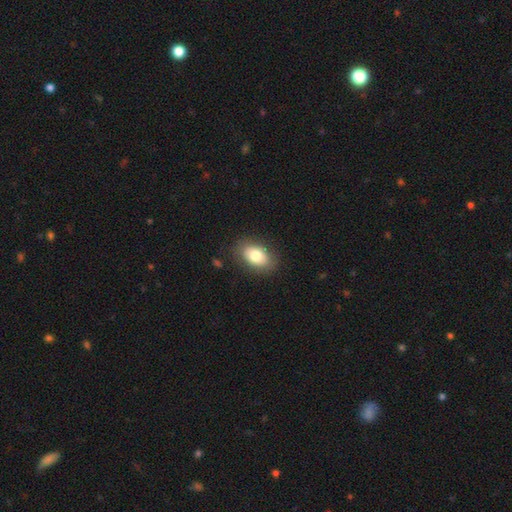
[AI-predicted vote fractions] This is likely a smooth galaxy (78%). How rounded: clearly in between (88%). Merging: clearly none (85%).